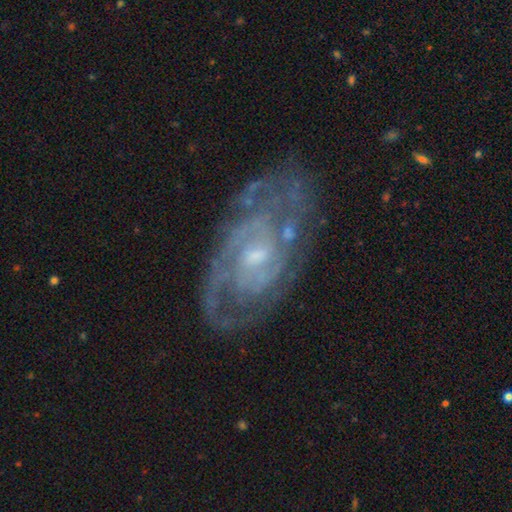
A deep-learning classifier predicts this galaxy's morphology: This appears to be a featured or disk galaxy (87%) with no bar (52%), tight (63%) spiral arms (94%) and a small central bulge (57%). Merging: none (72%).